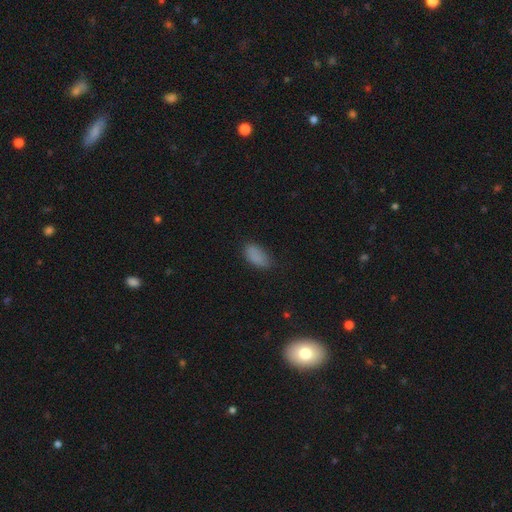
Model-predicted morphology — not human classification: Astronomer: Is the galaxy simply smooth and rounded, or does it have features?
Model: smooth — 84%.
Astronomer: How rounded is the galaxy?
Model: in between — 92%.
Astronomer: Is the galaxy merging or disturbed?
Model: none — 73%.